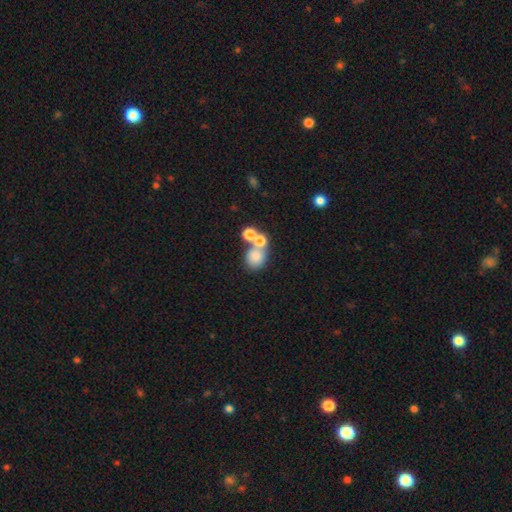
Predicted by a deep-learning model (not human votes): A smooth galaxy with no disk features (74%) that is round (73%). Merging: merger (49%).